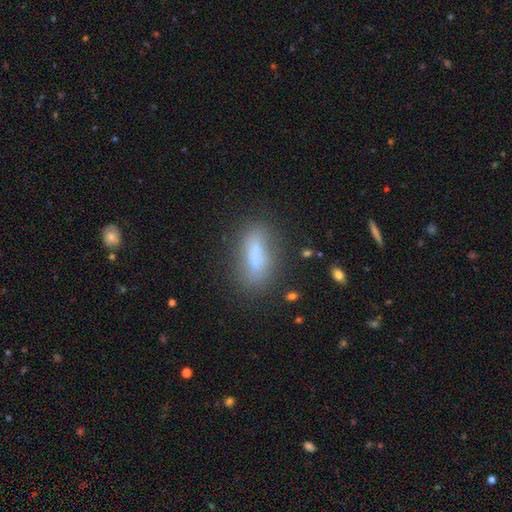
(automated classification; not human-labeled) The model was most divided on "how rounded": in between: 66%, cigar-shaped: 30%, round: 5%. More confident: smooth or featured — smooth (66%); merging — none (65%).